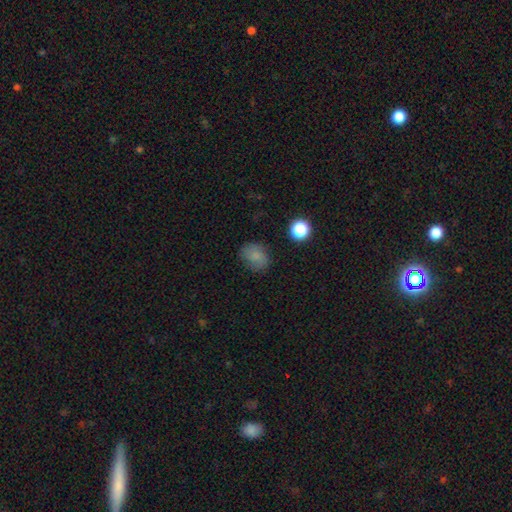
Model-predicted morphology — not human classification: Q: Smooth or featured?
A: smooth (78%); runner-up: star or artifact (13%)
Q: How rounded?
A: in between (56%); runner-up: round (43%)
Q: Merging?
A: none (76%); runner-up: minor disturbance (18%)